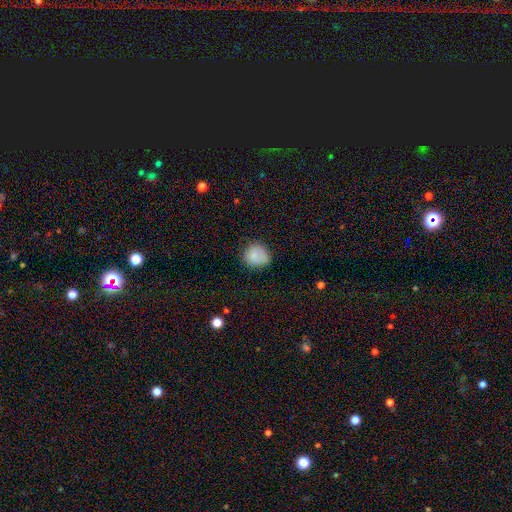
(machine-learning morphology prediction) Smooth or featured?
  - smooth: 83% *
  - star or artifact: 9%
  - featured or disk: 8%
How rounded?
  - round: 80% *
  - in between: 19%
  - cigar-shaped: 1%
Merging?
  - none: 68% *
  - minor disturbance: 24%
  - major disturbance: 6%
  - merger: 2%